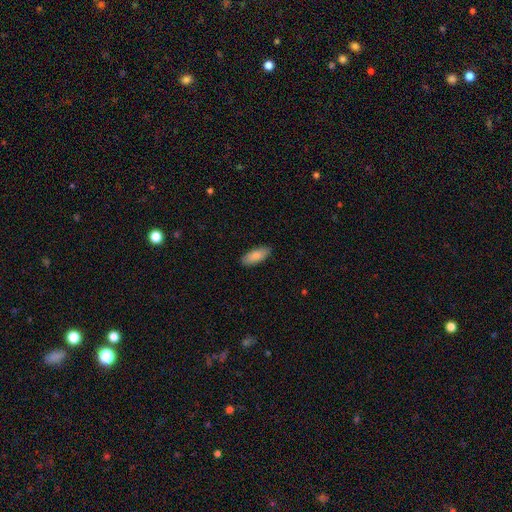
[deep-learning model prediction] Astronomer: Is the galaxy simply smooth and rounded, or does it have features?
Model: smooth — 85%.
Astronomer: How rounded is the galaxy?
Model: in between — 79%.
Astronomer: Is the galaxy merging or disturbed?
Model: none — 88%.